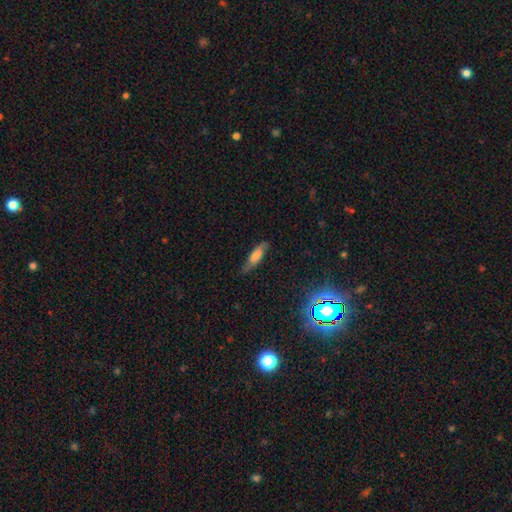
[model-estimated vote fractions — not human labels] Overall: smooth (52%; featured or disk 34%). How rounded: cigar-shaped (55%; in between 42%). Merging: none (71%).